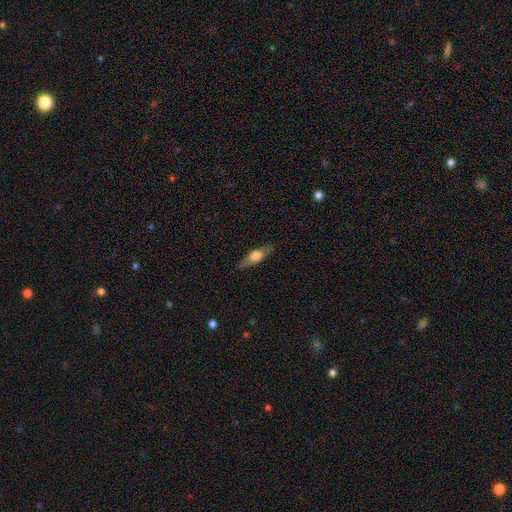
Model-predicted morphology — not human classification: A featured or disk galaxy (50%) viewed edge-on (89%). Merging: none (85%).